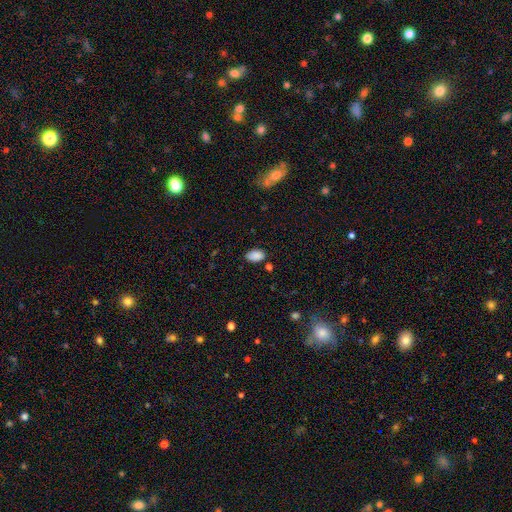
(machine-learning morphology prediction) smooth-or-featured: smooth: 87% | star or artifact: 9% | featured or disk: 4%
  how-rounded: in between: 92% | round: 7% | cigar-shaped: 1%
  merging: none: 78% | minor disturbance: 16% | major disturbance: 3% | merger: 3%